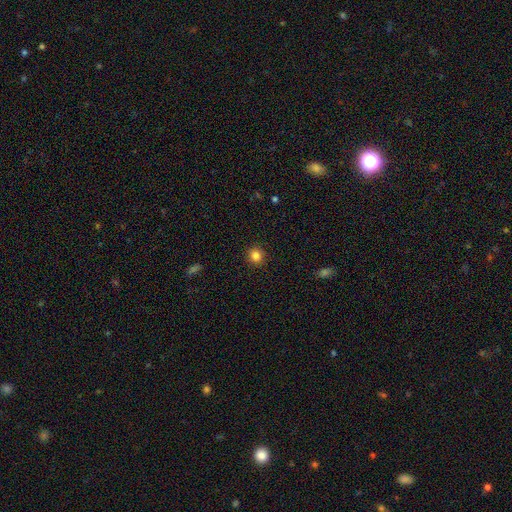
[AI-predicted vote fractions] Smooth or featured?
  - smooth: 85% *
  - star or artifact: 11%
  - featured or disk: 4%
How rounded?
  - round: 92% *
  - in between: 8%
  - cigar-shaped: 1%
Merging?
  - none: 91% *
  - minor disturbance: 6%
  - major disturbance: 2%
  - merger: 1%